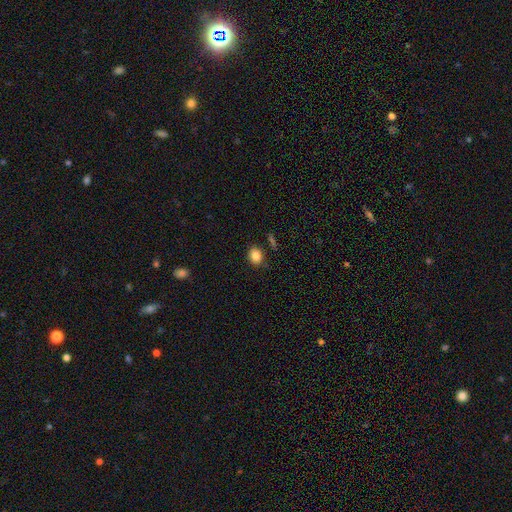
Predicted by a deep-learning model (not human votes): smooth_or_featured: smooth (p=0.84) [alt: star or artifact p=0.10]
how_rounded: round (p=0.56) [alt: in between p=0.42]
merging: none (p=0.83) [alt: minor disturbance p=0.11]